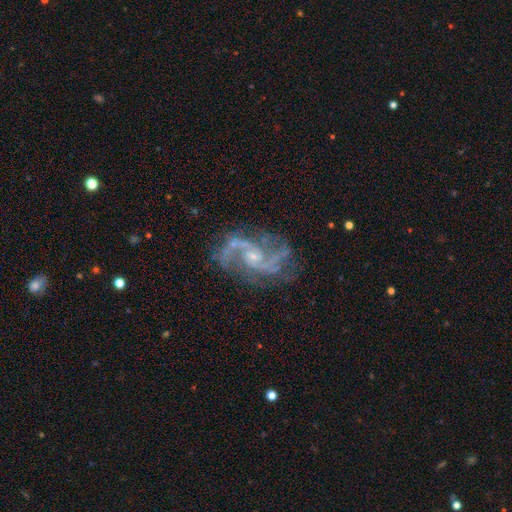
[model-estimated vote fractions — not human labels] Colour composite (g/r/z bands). It shows a featured or disk galaxy (87%) with no bar (46%), 2 (58%) loose (47%) spiral arms (97%) and a small central bulge (58%). Merging: none (71%).